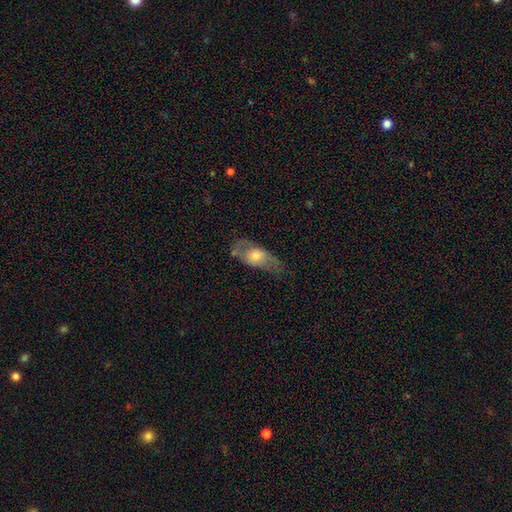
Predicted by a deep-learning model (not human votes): The model was most divided on "smooth or featured": featured or disk: 48%, smooth: 45%, star or artifact: 7%. More confident: merging — none (52%).